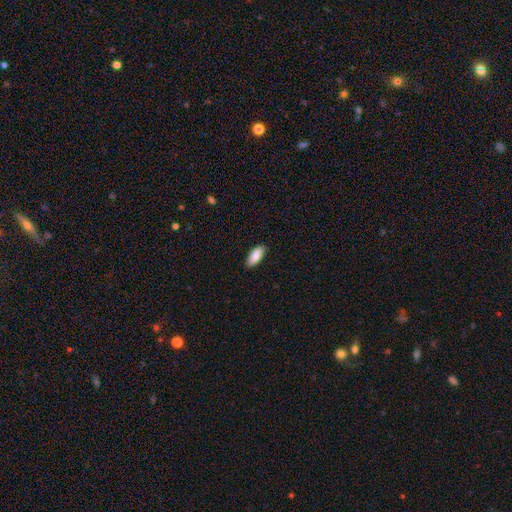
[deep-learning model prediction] Smooth or featured: smooth — 85% (featured or disk — 9%)
How rounded: in between — 86% (cigar-shaped — 12%)
Merging: none — 88% (minor disturbance — 9%)